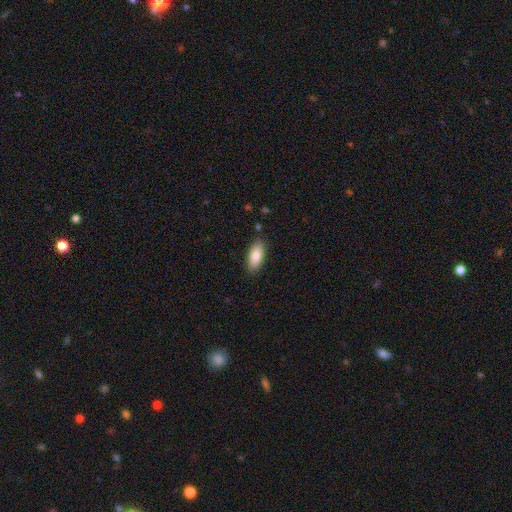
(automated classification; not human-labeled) smooth_or_featured: smooth (p=0.83) [alt: featured or disk p=0.10]
how_rounded: in between (p=0.86) [alt: cigar-shaped p=0.12]
merging: none (p=0.87) [alt: minor disturbance p=0.10]